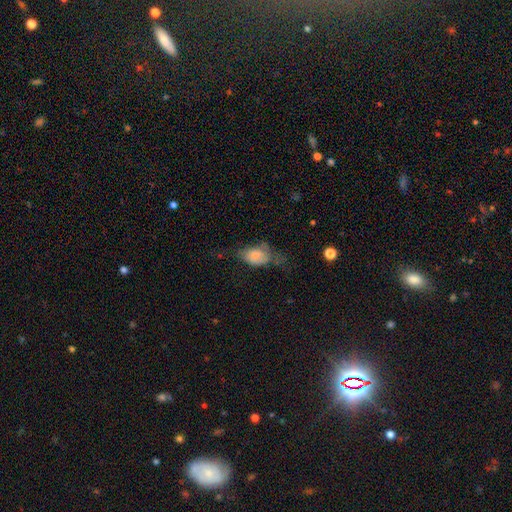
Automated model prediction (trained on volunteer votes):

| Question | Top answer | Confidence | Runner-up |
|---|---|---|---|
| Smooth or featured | smooth | 70% | featured or disk (21%) |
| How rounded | in between | 86% | round (12%) |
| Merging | major disturbance | 38% | minor disturbance (32%) |